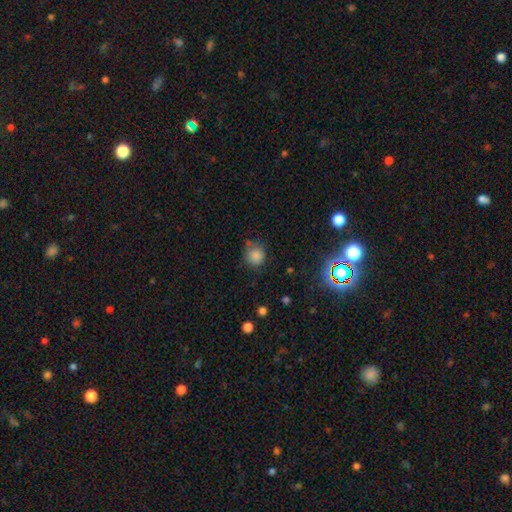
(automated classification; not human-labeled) smooth 82%, star or artifact 12%, featured or disk 6%. Down the decision tree: how rounded — round (84%); merging — none (63%).